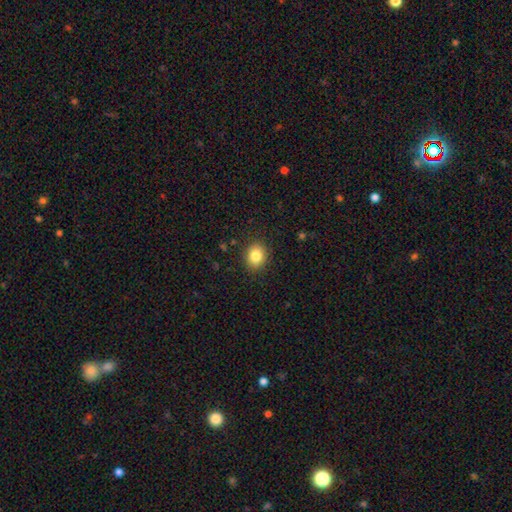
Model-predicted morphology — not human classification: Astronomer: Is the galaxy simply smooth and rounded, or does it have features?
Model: smooth — 84%.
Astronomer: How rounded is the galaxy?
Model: round — 55% (runner-up: in between, 44%).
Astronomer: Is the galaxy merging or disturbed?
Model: none — 89%.